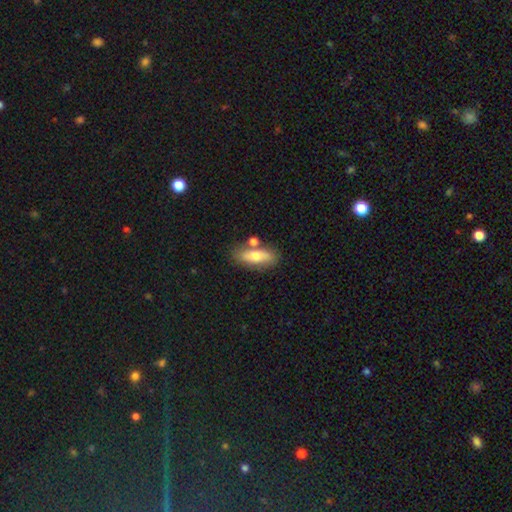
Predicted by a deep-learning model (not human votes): smooth_or_featured: smooth (p=0.64) [alt: featured or disk p=0.28]
how_rounded: in between (p=0.72) [alt: cigar-shaped p=0.24]
merging: none (p=0.67) [alt: merger p=0.14]